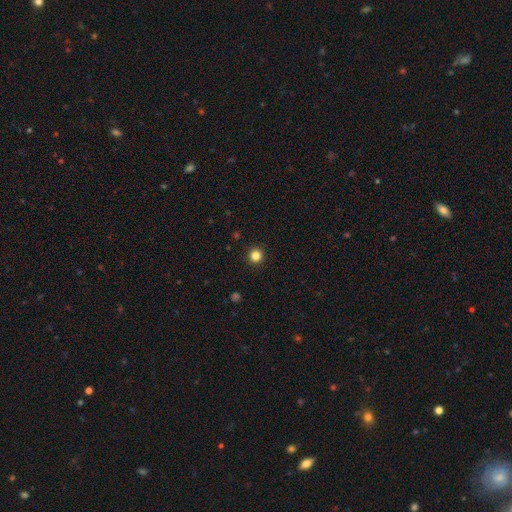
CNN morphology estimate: Smooth or featured? smooth (83%)
How rounded? round (95%)
Merging? none (93%)